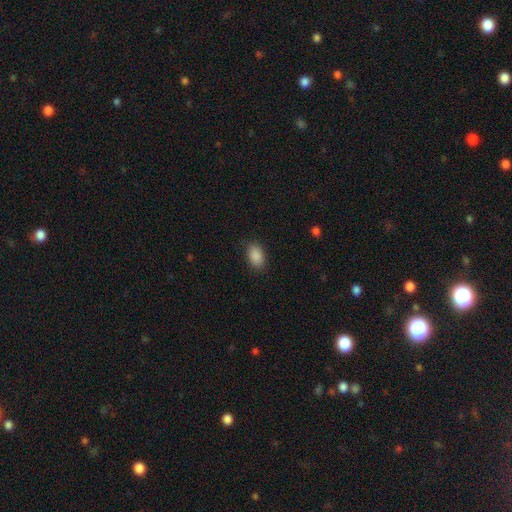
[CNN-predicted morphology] The model was most divided on "merging": none: 87%, minor disturbance: 10%, major disturbance: 3%, merger: 1%. More confident: how rounded — in between (90%); smooth or featured — smooth (89%).